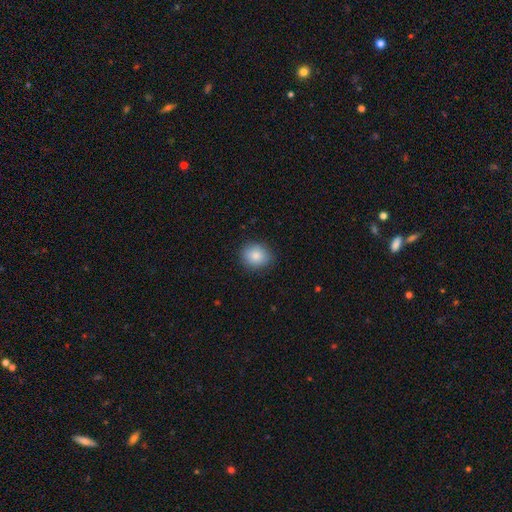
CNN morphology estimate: A smooth galaxy with no disk features (85%) that is round (69%).

Vote fractions:
- Smooth or featured? smooth: 85% / star or artifact: 8% / featured or disk: 7%
- How rounded? round: 69% / in between: 30% / cigar-shaped: 1%
- Merging? none: 87% / minor disturbance: 10% / major disturbance: 2% / merger: 1%